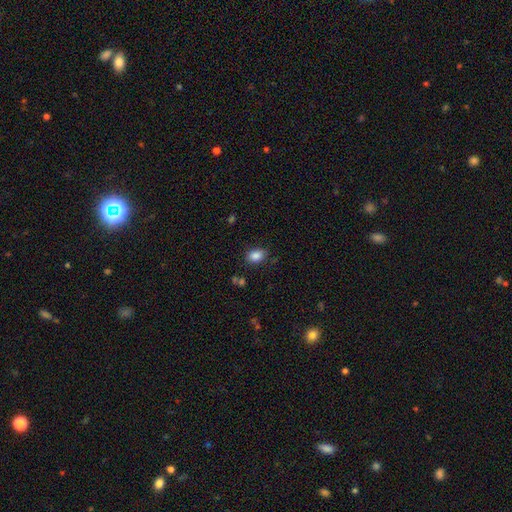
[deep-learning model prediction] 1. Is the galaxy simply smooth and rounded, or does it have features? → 86% smooth, 9% star or artifact, 5% featured or disk.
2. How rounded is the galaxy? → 79% in between, 20% round, 1% cigar-shaped.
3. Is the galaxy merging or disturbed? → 82% none, 12% minor disturbance, 3% major disturbance, 2% merger.